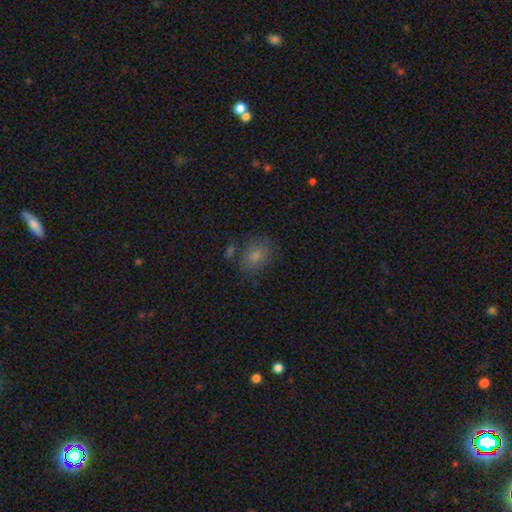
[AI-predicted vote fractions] A smooth galaxy with no disk features (77%) that is in between round and cigar-shaped (64%). Merging: none (72%).